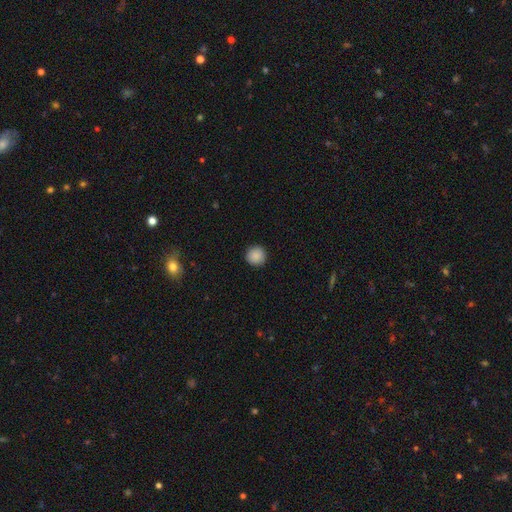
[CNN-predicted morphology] smooth 89%, star or artifact 9%, featured or disk 3%. Down the decision tree: how rounded — round (96%); merging — none (93%).